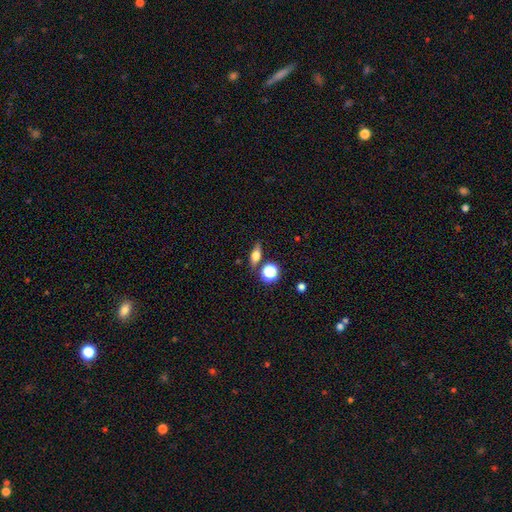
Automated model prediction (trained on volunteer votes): Morphology: type=smooth (51%); roundness=in between (53%); merging=none (79%).